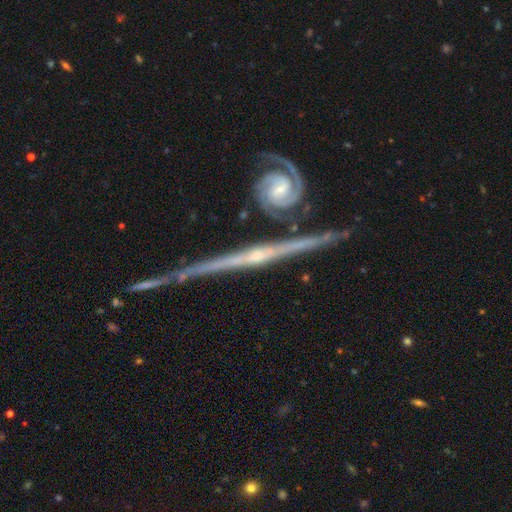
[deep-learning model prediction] Smooth or featured? Predicted: featured or disk (p=0.89). Edge-on disk? Predicted: yes (p=0.93). Edge-on bulge? Predicted: rounded (p=0.57). Merging? Predicted: none (p=0.70).